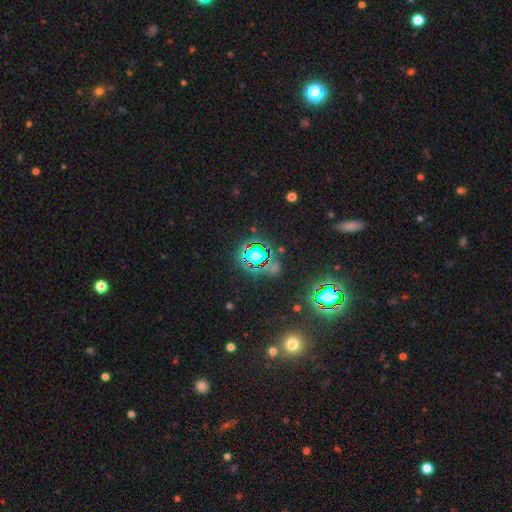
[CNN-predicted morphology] The model was most divided on "smooth or featured": star or artifact: 79%, smooth: 13%, featured or disk: 8%.